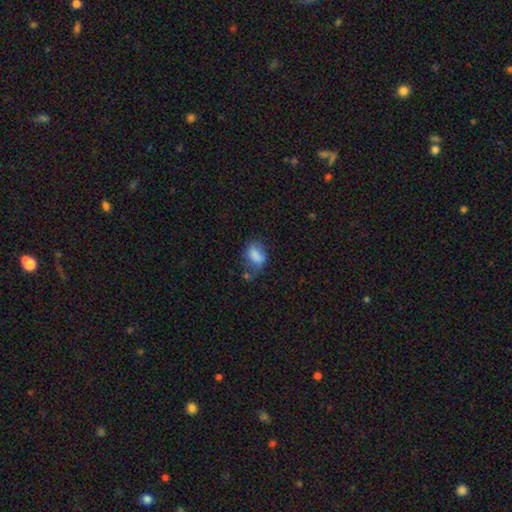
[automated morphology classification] Smooth or featured?
  - smooth: 75% *
  - featured or disk: 15%
  - star or artifact: 10%
How rounded?
  - in between: 77% *
  - round: 21%
  - cigar-shaped: 2%
Merging?
  - none: 35% *
  - minor disturbance: 31%
  - major disturbance: 26%
  - merger: 8%